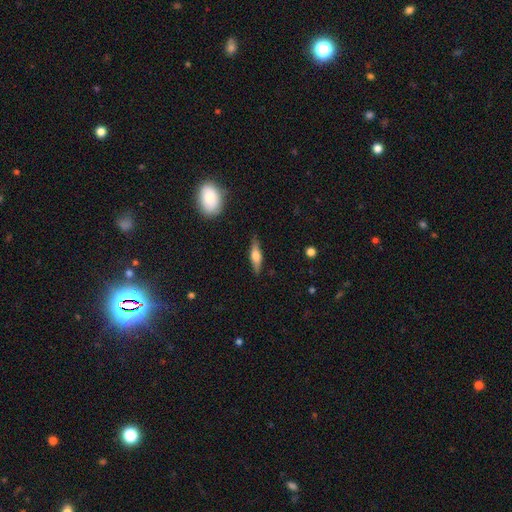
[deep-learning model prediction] The model was most divided on "smooth or featured": smooth: 51%, featured or disk: 43%, star or artifact: 7%. More confident: merging — none (84%); how rounded — cigar-shaped (63%).